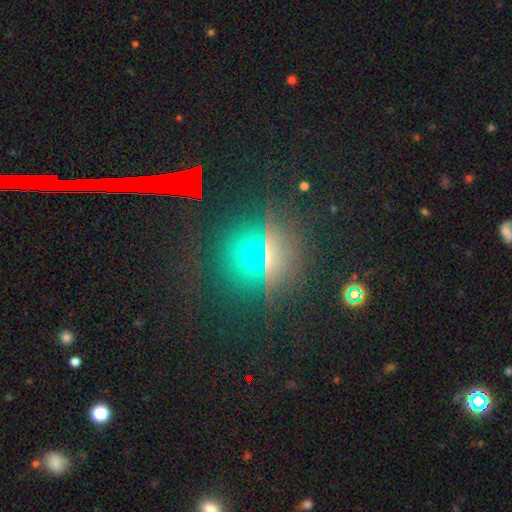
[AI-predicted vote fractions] This is possibly a smooth galaxy (45%). Merging: clearly none (80%).